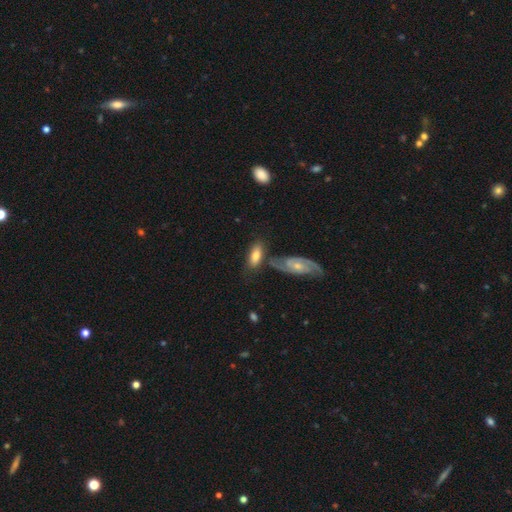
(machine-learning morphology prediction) The model was most divided on "merging": none: 52%, merger: 23%, minor disturbance: 18%, major disturbance: 7%. More confident: how rounded — in between (82%); smooth or featured — smooth (67%).